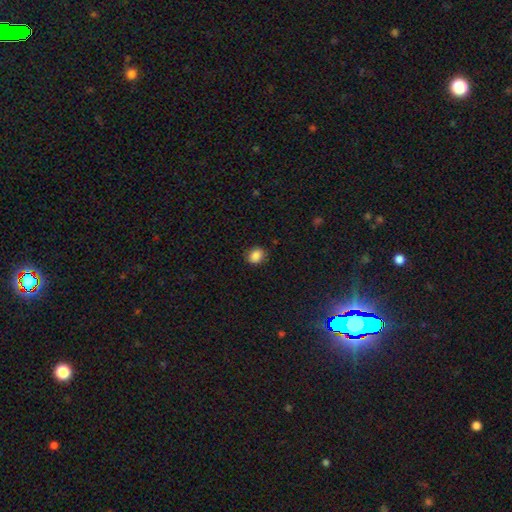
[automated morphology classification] Smooth or featured?
  - smooth: 87% *
  - star or artifact: 9%
  - featured or disk: 4%
How rounded?
  - round: 52% *
  - in between: 48%
  - cigar-shaped: 1%
Merging?
  - none: 82% *
  - minor disturbance: 14%
  - major disturbance: 3%
  - merger: 1%